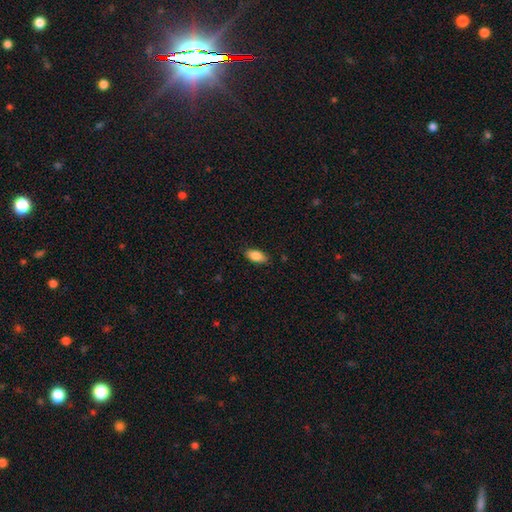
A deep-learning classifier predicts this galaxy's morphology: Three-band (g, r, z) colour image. It shows a smooth galaxy with no disk features (84%) that is in between round and cigar-shaped (90%). Merging: none (86%).